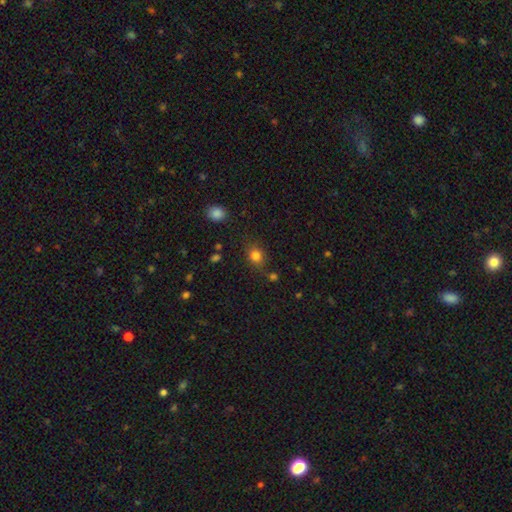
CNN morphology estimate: smooth_or_featured: smooth (p=0.81) [alt: star or artifact p=0.12]
how_rounded: round (p=0.64) [alt: in between p=0.35]
merging: none (p=0.78) [alt: minor disturbance p=0.14]